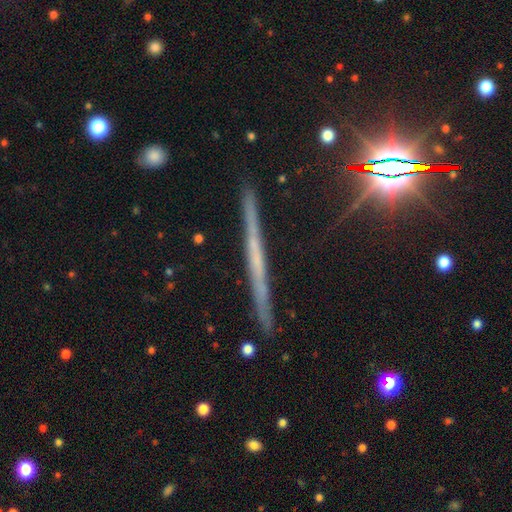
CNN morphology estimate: Smooth or featured? featured or disk (61%)
Edge-on disk? yes (97%)
Edge-on bulge? none (82%)
Merging? none (89%)